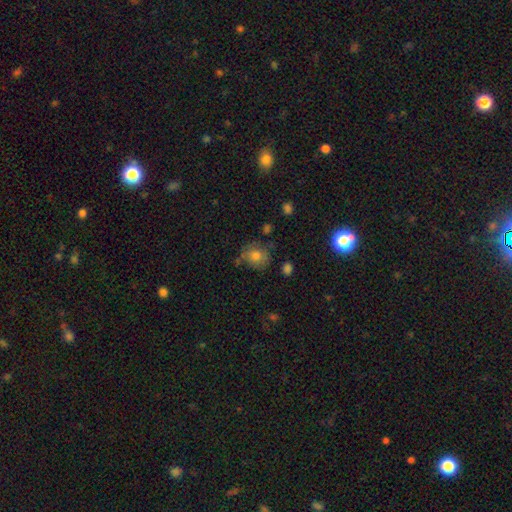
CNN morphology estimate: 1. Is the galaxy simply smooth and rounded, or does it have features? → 75% smooth, 13% featured or disk, 12% star or artifact.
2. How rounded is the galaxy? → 73% round, 26% in between, 1% cigar-shaped.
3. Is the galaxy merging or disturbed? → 66% none, 21% minor disturbance, 7% merger, 7% major disturbance.